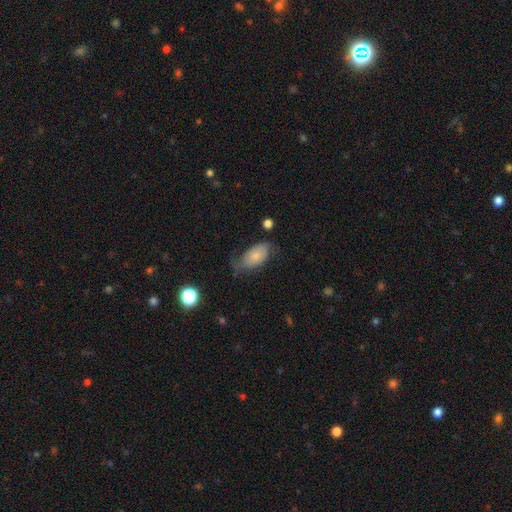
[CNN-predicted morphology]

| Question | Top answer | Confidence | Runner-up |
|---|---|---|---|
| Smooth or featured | smooth | 58% | featured or disk (34%) |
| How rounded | in between | 92% | round (5%) |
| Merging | none | 45% | minor disturbance (32%) |